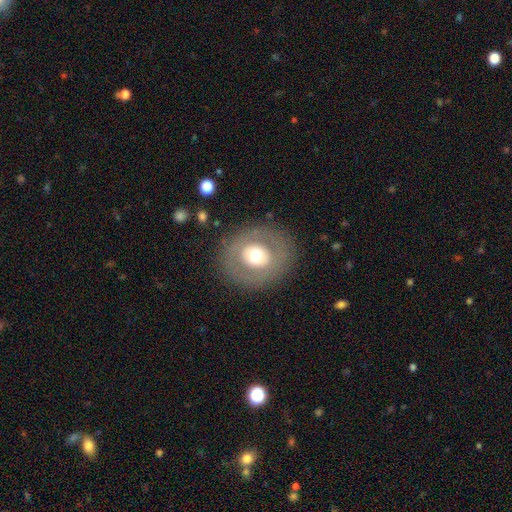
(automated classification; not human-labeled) This appears to be a smooth galaxy with no disk features (51%) that is round (78%). Merging: none (84%).